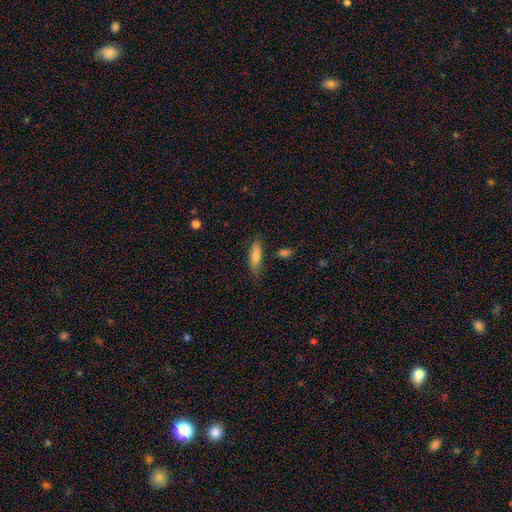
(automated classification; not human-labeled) The model was most divided on "how rounded": cigar-shaped: 50%, in between: 48%, round: 2%. More confident: smooth or featured — smooth (79%); merging — none (74%).